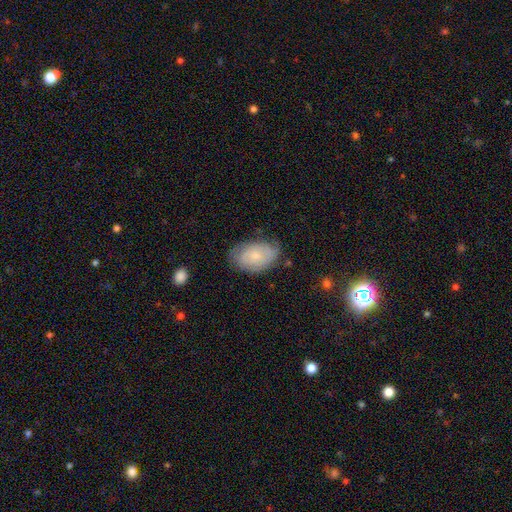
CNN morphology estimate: This appears to be a smooth galaxy with no disk features (57%) that is in between round and cigar-shaped (90%). Merging: none (66%).